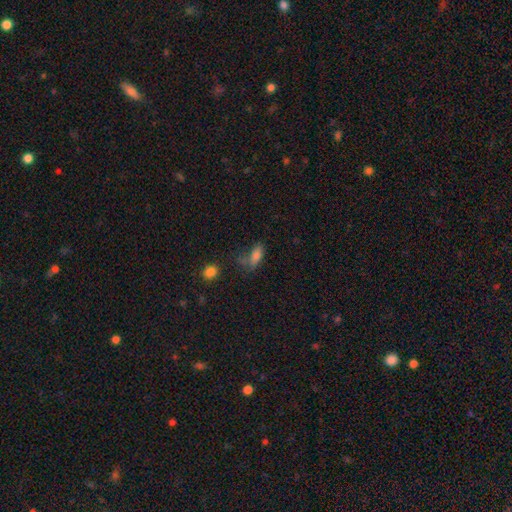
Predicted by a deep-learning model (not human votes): Morphology: type=smooth (77%); roundness=in between (80%); merging=none (43%).